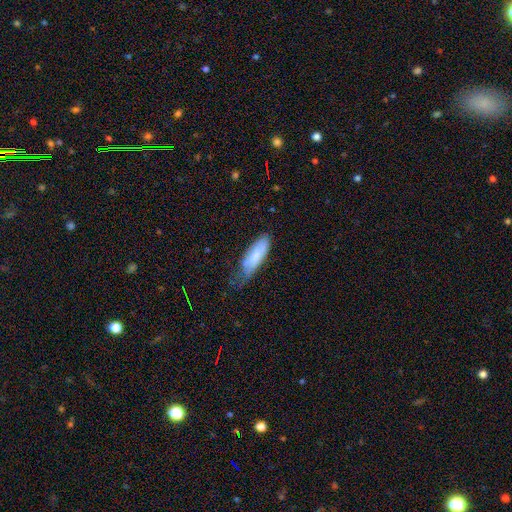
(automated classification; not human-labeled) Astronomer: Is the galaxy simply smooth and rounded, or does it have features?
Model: smooth — 76%.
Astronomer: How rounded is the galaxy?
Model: in between — 60% (runner-up: cigar-shaped, 38%).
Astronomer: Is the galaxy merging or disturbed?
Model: minor disturbance — 43% (runner-up: none, 37%).